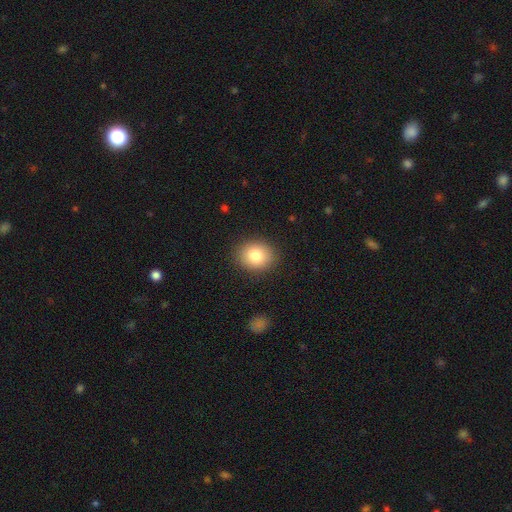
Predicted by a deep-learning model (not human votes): This appears to be a smooth galaxy with no disk features (82%) that is round (61%). Merging: none (89%).